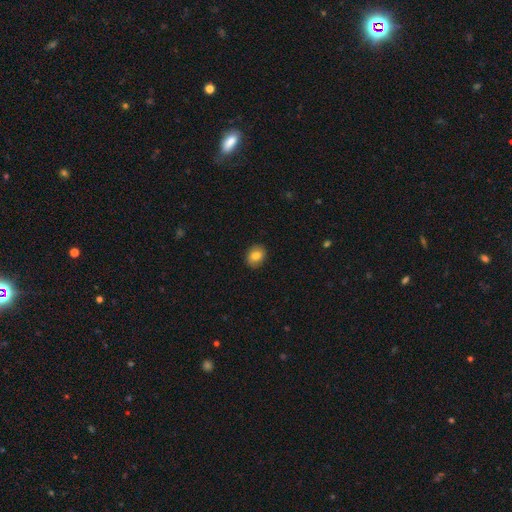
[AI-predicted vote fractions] Q: Smooth or featured?
A: smooth (81%); runner-up: featured or disk (10%)
Q: How rounded?
A: in between (55%); runner-up: round (44%)
Q: Merging?
A: none (89%); runner-up: minor disturbance (8%)